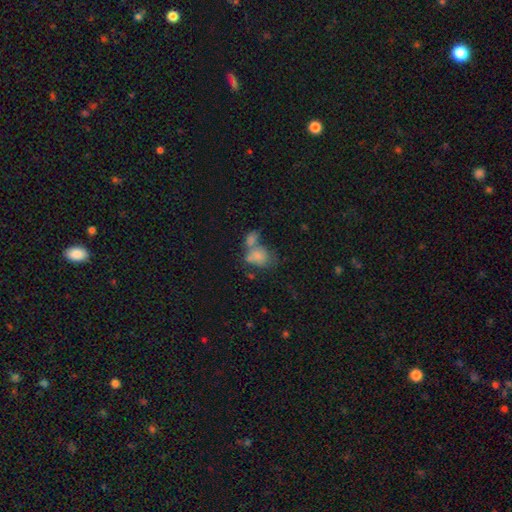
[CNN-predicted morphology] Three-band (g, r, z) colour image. It shows a smooth galaxy with no disk features (71%) that is in between round and cigar-shaped (62%). Merging: merger (54%).